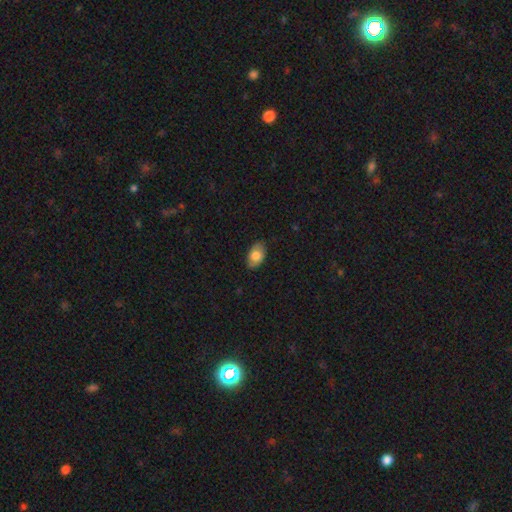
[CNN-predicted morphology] This is likely a smooth galaxy (79%). How rounded: clearly in between (91%). Merging: clearly none (83%).